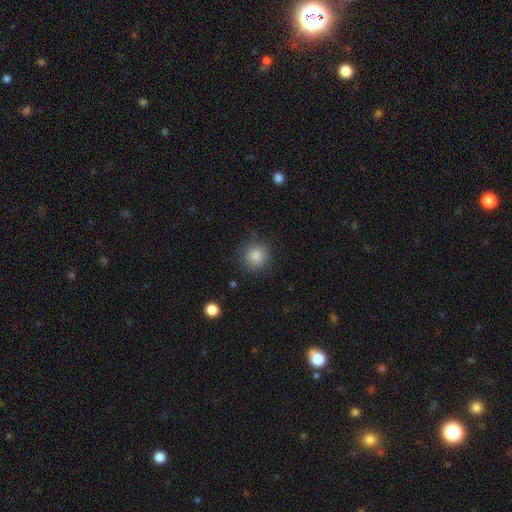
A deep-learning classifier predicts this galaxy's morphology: This appears to be a smooth galaxy with no disk features (85%) that is round (93%). Merging: none (87%).